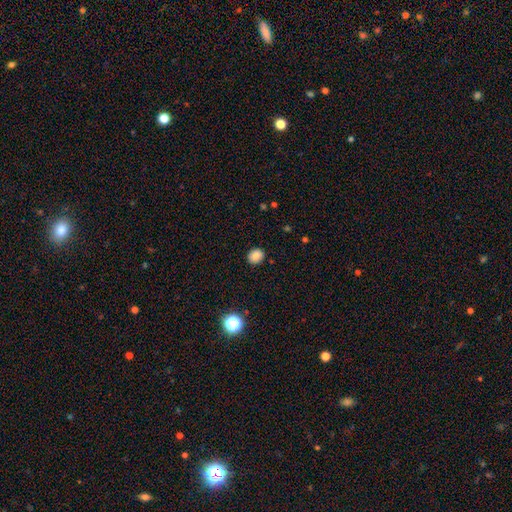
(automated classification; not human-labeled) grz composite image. It shows a smooth galaxy with no disk features (84%) that is round (69%). Merging: none (88%).